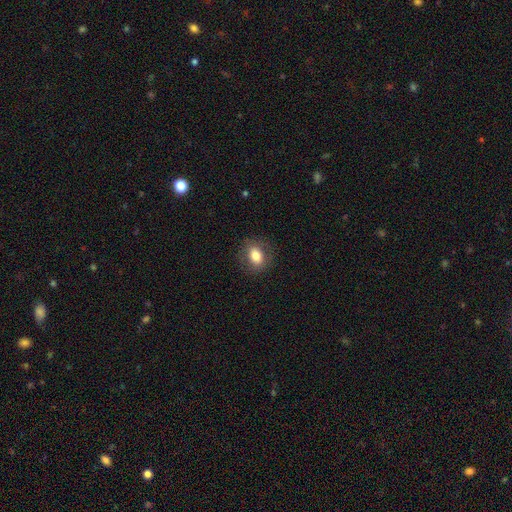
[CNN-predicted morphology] A smooth galaxy with no disk features (77%) that is in between round and cigar-shaped (57%).

Vote fractions:
- Smooth or featured? smooth: 77% / featured or disk: 15% / star or artifact: 9%
- How rounded? in between: 57% / round: 41% / cigar-shaped: 1%
- Merging? none: 83% / minor disturbance: 11% / major disturbance: 4% / merger: 1%